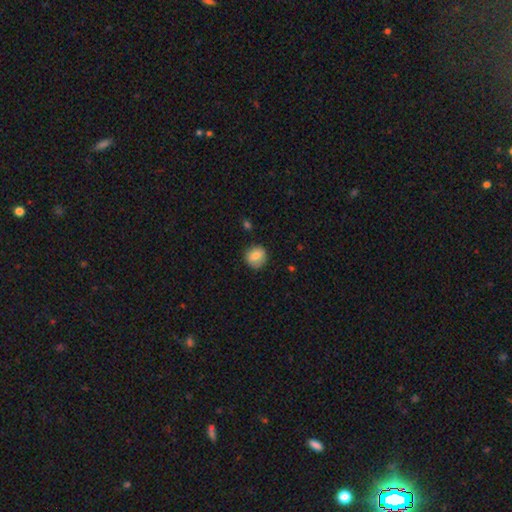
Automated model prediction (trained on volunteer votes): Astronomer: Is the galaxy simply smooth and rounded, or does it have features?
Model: smooth — 81%.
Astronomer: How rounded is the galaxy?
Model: round — 84%.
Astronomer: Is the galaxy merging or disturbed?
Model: none — 81%.